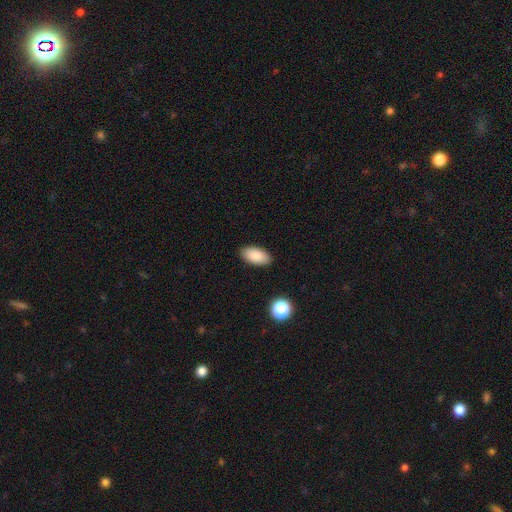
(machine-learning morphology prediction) A smooth galaxy with no disk features (88%) that is in between round and cigar-shaped (94%). Merging: none (88%).